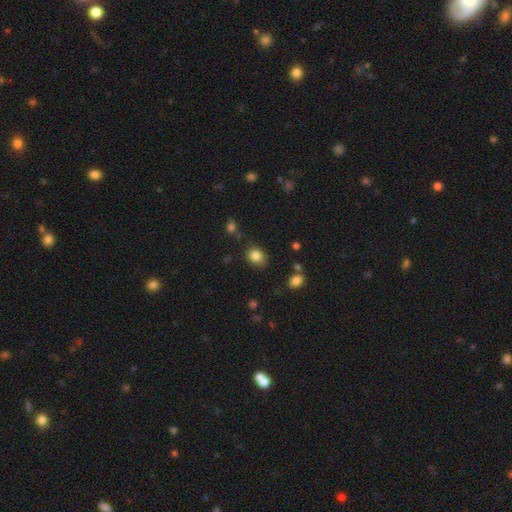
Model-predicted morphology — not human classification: Smooth or featured? Predicted: smooth (p=0.84). How rounded? Predicted: in between (p=0.50). Merging? Predicted: none (p=0.80).